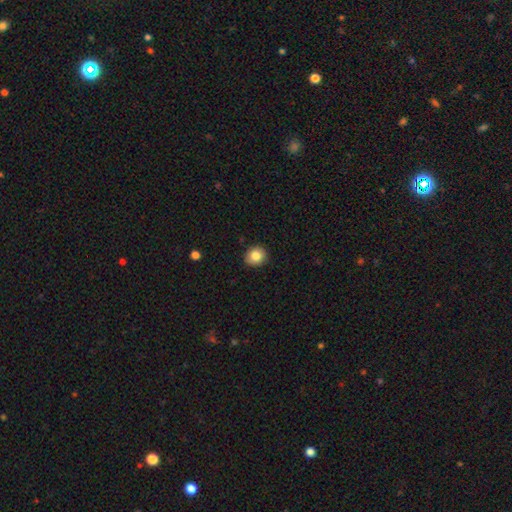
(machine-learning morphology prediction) Smooth or featured: smooth — 84% (star or artifact — 9%)
How rounded: round — 82% (in between — 17%)
Merging: none — 89% (minor disturbance — 8%)